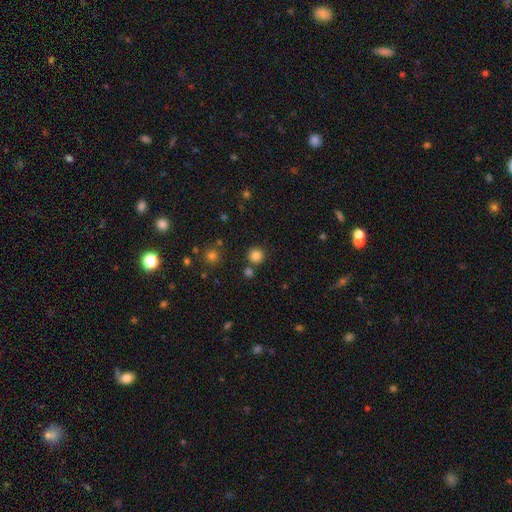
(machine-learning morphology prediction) A smooth galaxy with no disk features (83%) that is round (94%). Merging: none (82%).